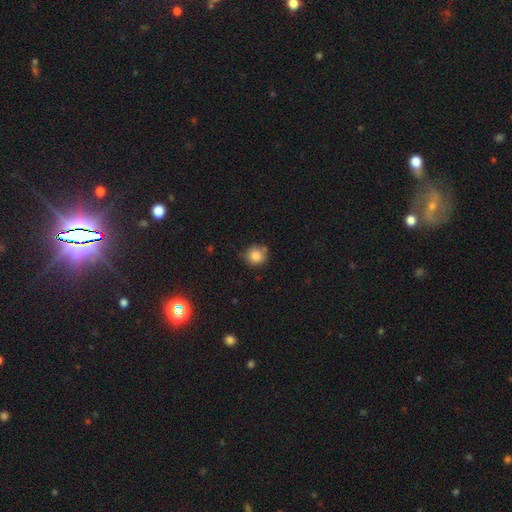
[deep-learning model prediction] smooth-or-featured: smooth: 85% | star or artifact: 10% | featured or disk: 5%
  how-rounded: round: 90% | in between: 9% | cigar-shaped: 1%
  merging: none: 74% | minor disturbance: 15% | merger: 8% | major disturbance: 3%